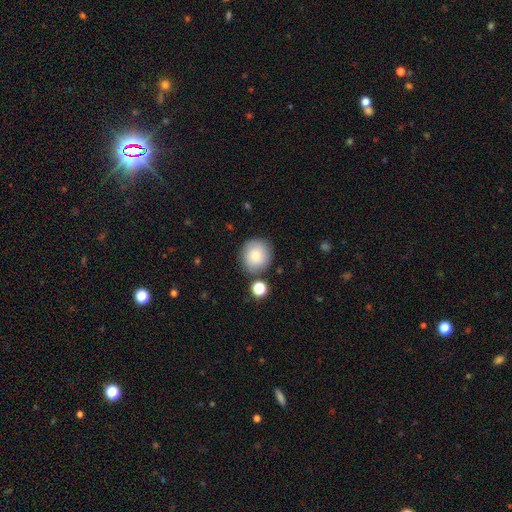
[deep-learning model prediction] Smooth or featured? smooth (80%)
How rounded? round (88%)
Merging? none (80%)